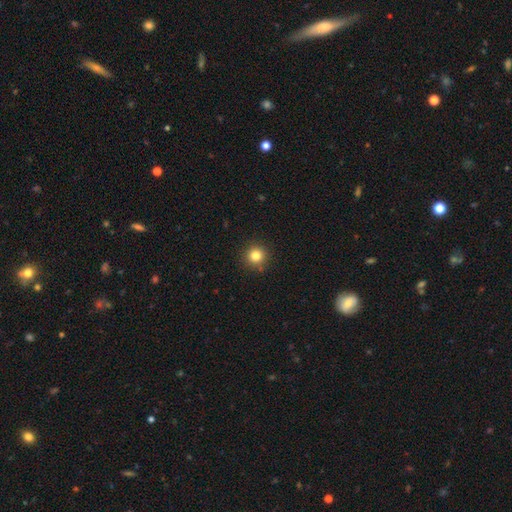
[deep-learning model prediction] Smooth or featured? Predicted: smooth (p=0.82). How rounded? Predicted: round (p=0.95). Merging? Predicted: none (p=0.90).